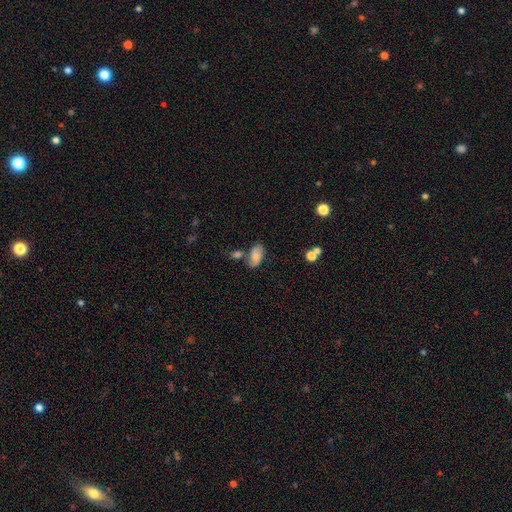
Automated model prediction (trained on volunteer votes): The model was most divided on "merging": none: 61%, merger: 18%, minor disturbance: 17%, major disturbance: 5%. More confident: how rounded — in between (93%); smooth or featured — smooth (73%).